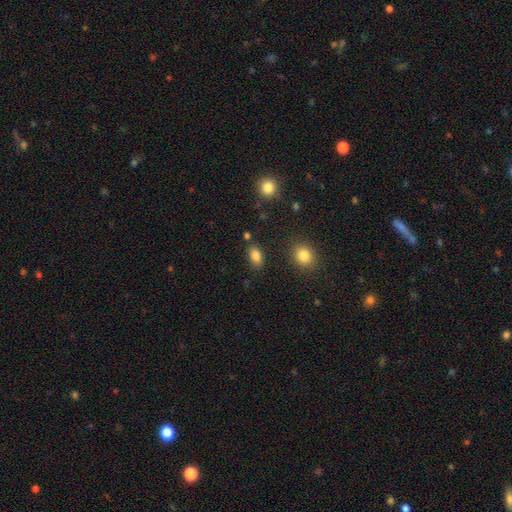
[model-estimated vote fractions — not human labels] A smooth galaxy with no disk features (85%) that is in between round and cigar-shaped (87%). Merging: none (82%).